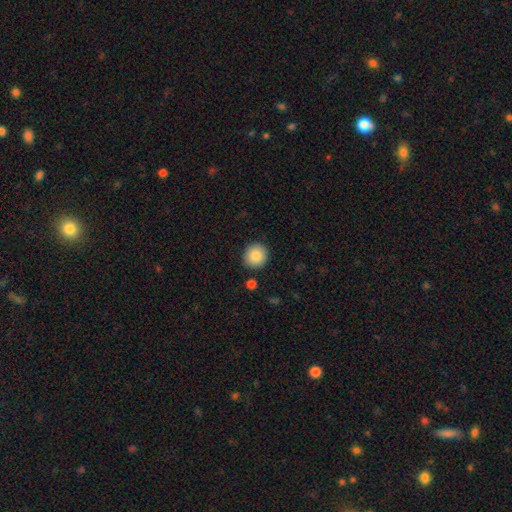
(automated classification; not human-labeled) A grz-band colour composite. It shows a smooth galaxy with no disk features (87%) that is round (89%). Merging: none (89%).